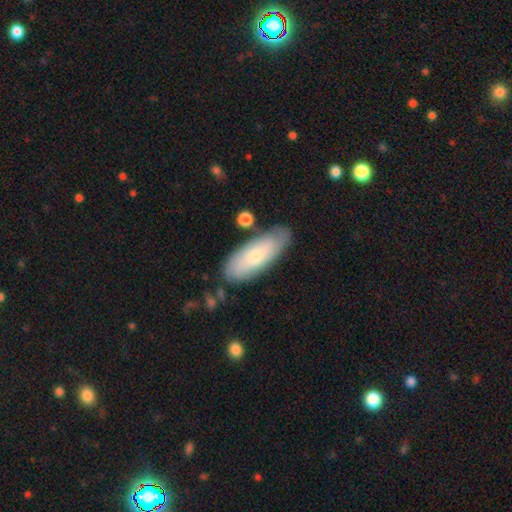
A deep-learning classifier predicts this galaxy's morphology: A smooth galaxy with no disk features (60%) that is in between round and cigar-shaped (71%). Merging: none (76%).